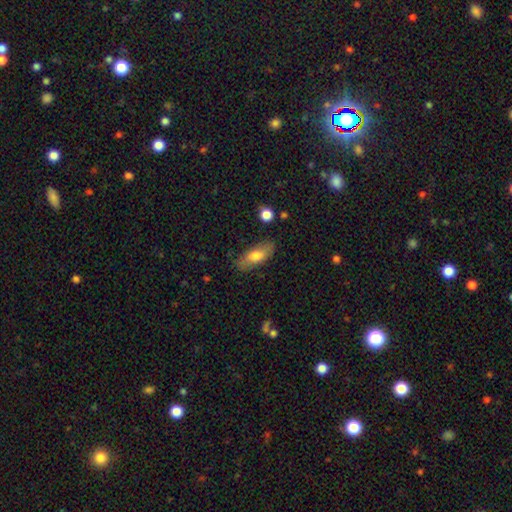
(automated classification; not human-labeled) The model was most divided on "smooth or featured": smooth: 70%, featured or disk: 23%, star or artifact: 7%. More confident: merging — none (80%); how rounded — in between (75%).